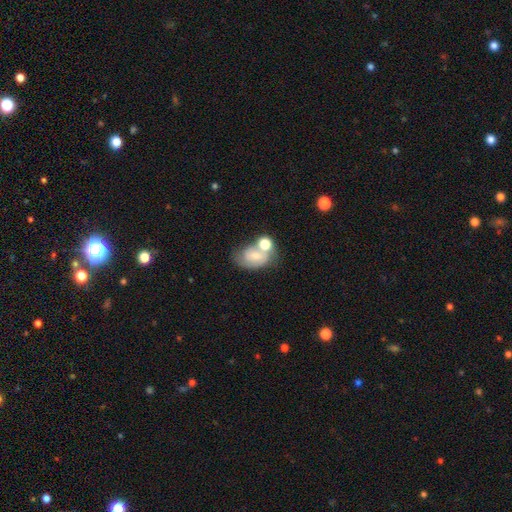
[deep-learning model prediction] smooth-or-featured: smooth: 50% | featured or disk: 39% | star or artifact: 10%
  how-rounded: in between: 74% | round: 24% | cigar-shaped: 2%
  merging: merger: 38% | none: 34% | minor disturbance: 17% | major disturbance: 11%